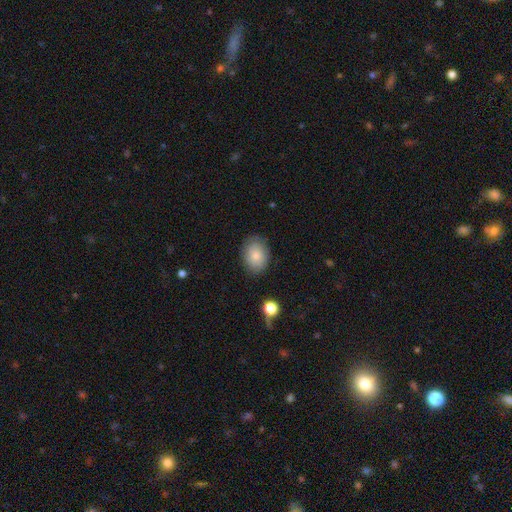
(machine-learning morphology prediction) This appears to be a smooth galaxy with no disk features (80%) that is in between round and cigar-shaped (65%). Merging: none (82%).